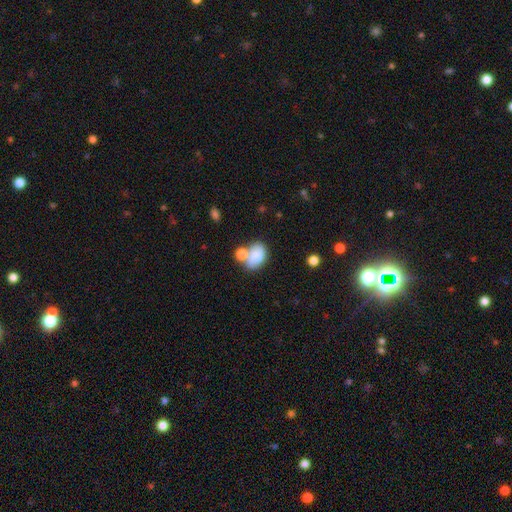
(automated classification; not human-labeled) This is clearly a smooth galaxy (81%). How rounded: likely in between (79%). Merging: marginally none (43%).